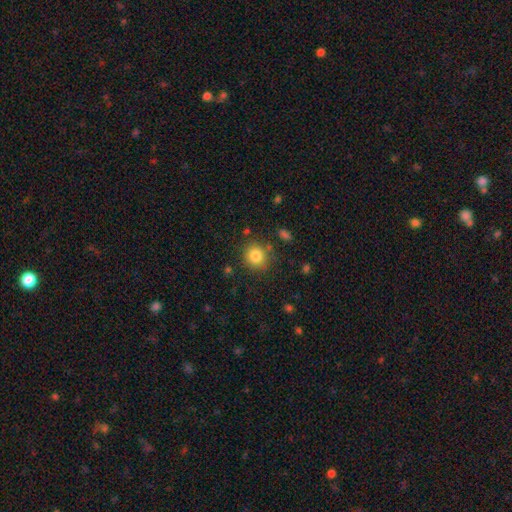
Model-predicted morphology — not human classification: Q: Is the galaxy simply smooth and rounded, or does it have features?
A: smooth — 82%.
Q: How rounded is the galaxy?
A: round — 83%.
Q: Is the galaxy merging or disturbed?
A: none — 82%.